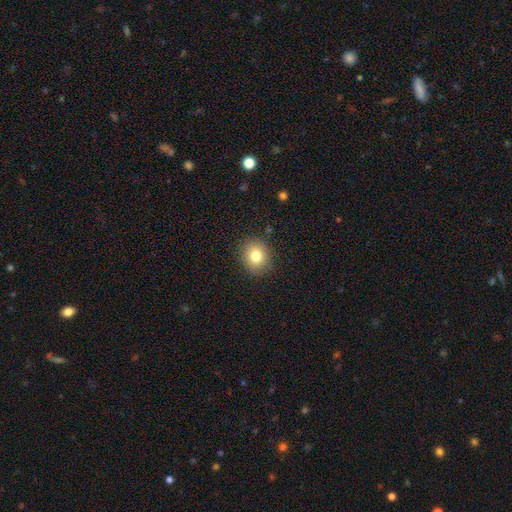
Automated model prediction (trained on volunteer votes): Overall: smooth (79%). How rounded: round (72%). Merging: none (88%).